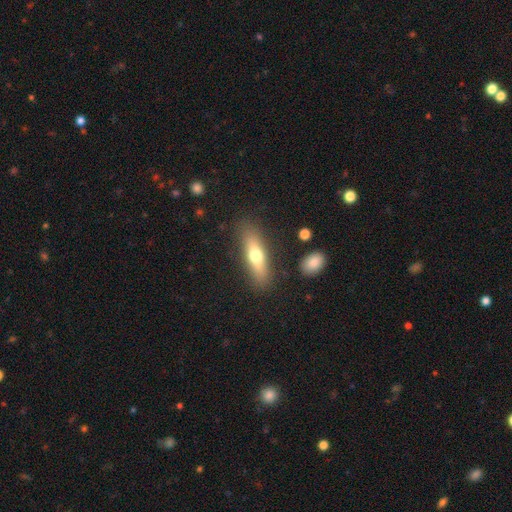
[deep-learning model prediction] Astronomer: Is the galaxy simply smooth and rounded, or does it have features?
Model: smooth — 60%.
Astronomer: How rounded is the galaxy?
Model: cigar-shaped — 62%.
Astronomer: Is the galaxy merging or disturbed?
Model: none — 84%.